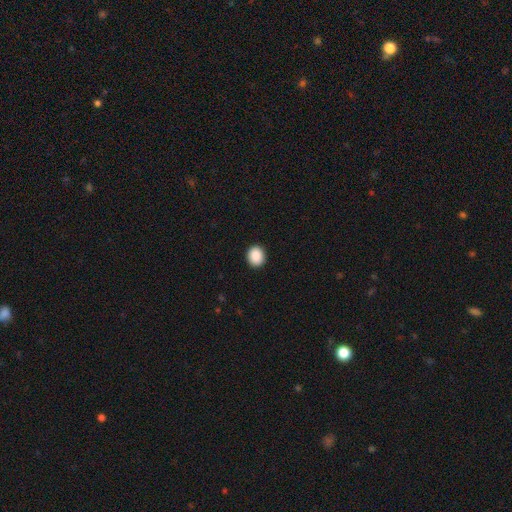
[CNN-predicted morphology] smooth-or-featured: smooth: 90% | star or artifact: 8% | featured or disk: 2%
  how-rounded: round: 71% | in between: 28% | cigar-shaped: 1%
  merging: none: 92% | minor disturbance: 6% | major disturbance: 2% | merger: 1%